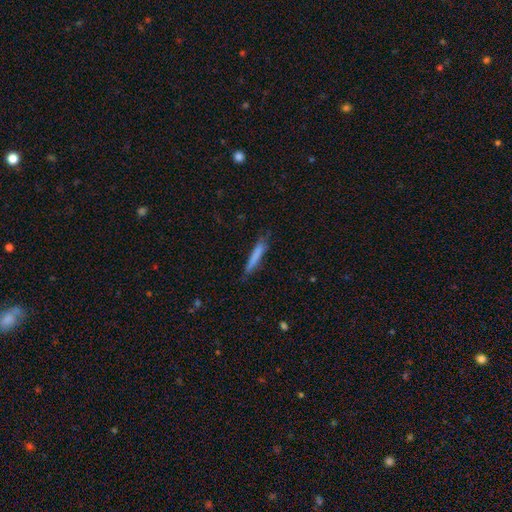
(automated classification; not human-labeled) This is likely a smooth galaxy (75%). How rounded: clearly cigar-shaped (93%). Merging: likely none (75%).